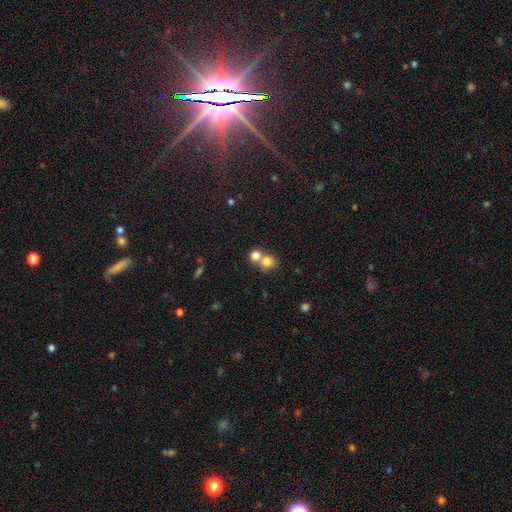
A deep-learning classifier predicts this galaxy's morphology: The model was most divided on "merging": merger: 56%, none: 35%, minor disturbance: 6%, major disturbance: 3%. More confident: smooth or featured — smooth (78%); how rounded — round (75%).